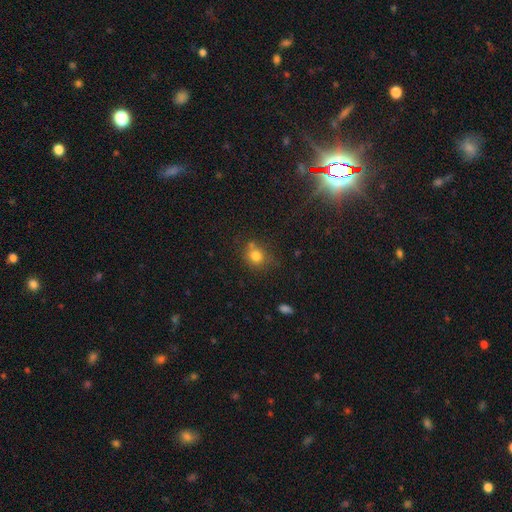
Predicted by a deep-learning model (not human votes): smooth 78%, star or artifact 13%, featured or disk 9%. Down the decision tree: how rounded — round (75%); merging — none (63%).